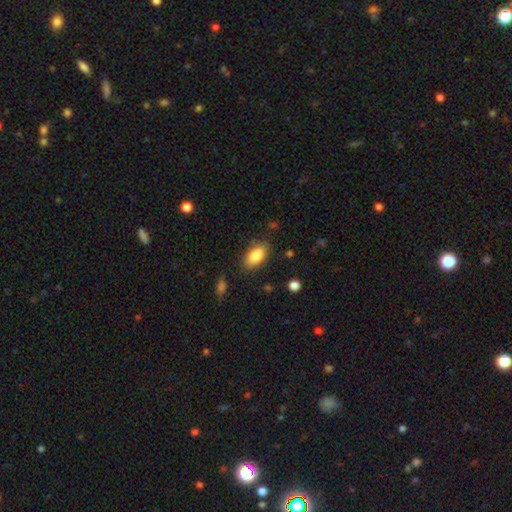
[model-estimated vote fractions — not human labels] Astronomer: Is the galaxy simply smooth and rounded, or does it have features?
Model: smooth — 86%.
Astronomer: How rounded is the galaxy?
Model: in between — 91%.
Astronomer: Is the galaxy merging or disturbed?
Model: none — 83%.